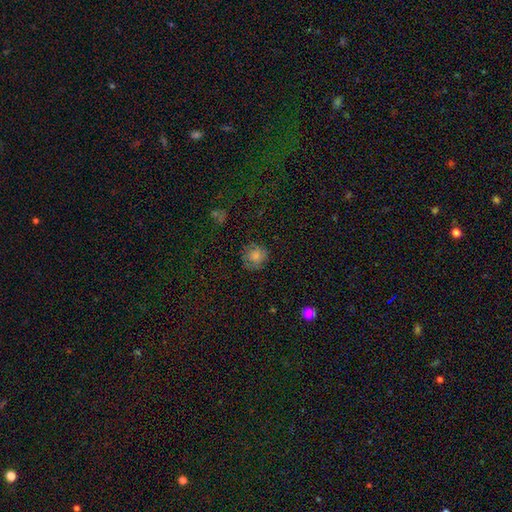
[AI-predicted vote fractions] Smooth or featured? Predicted: smooth (p=0.75). How rounded? Predicted: round (p=0.89). Merging? Predicted: none (p=0.78).